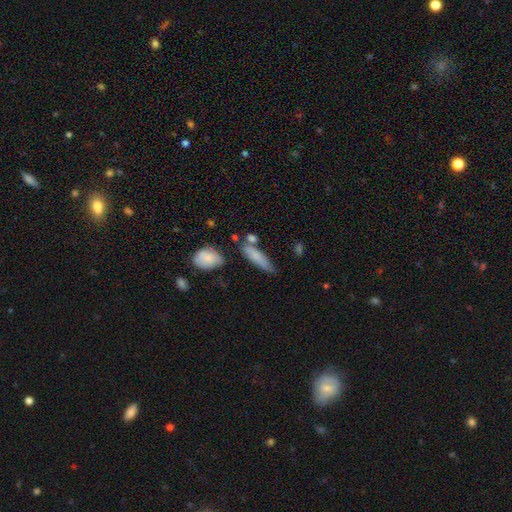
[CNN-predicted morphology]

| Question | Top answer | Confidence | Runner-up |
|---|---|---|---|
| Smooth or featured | smooth | 74% | featured or disk (18%) |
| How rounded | cigar-shaped | 58% | in between (39%) |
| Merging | none | 54% | minor disturbance (25%) |